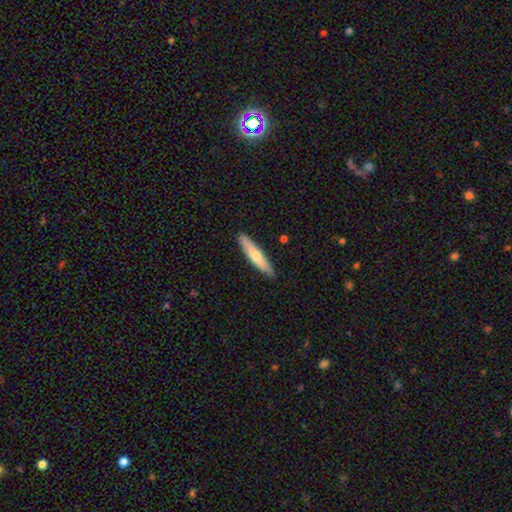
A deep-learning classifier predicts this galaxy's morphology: A smooth galaxy with no disk features (62%) that is cigar-shaped (88%). Merging: none (90%).